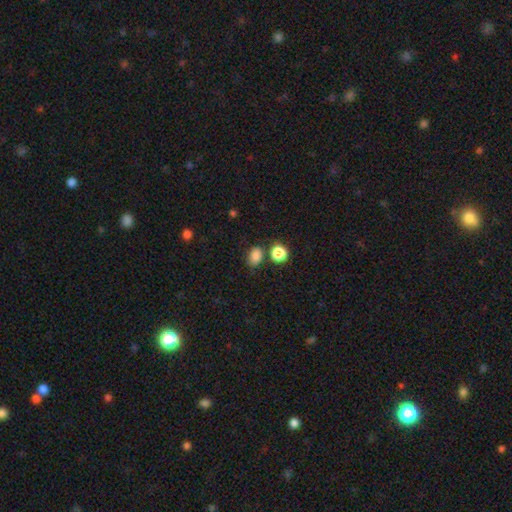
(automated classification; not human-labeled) A smooth galaxy with no disk features (83%) that is in between round and cigar-shaped (66%). Merging: none (75%).